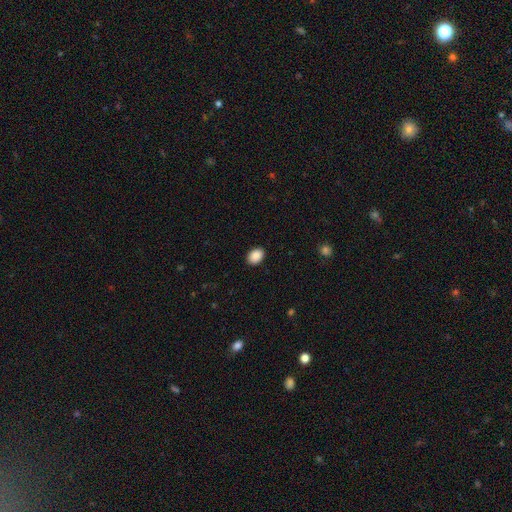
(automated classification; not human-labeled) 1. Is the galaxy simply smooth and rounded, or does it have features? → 89% smooth, 8% star or artifact, 3% featured or disk.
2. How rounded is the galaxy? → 73% in between, 26% round, 1% cigar-shaped.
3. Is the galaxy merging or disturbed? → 90% none, 7% minor disturbance, 2% major disturbance, 1% merger.